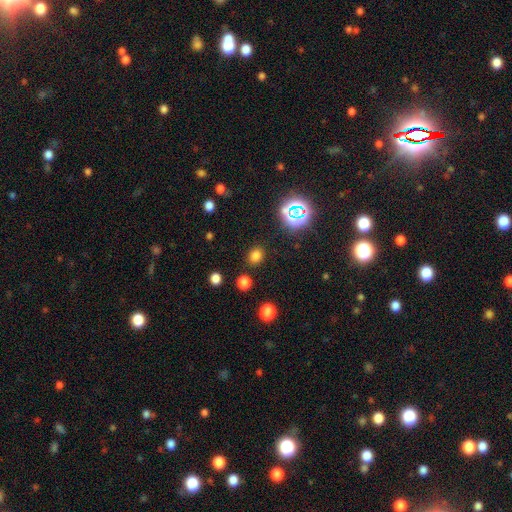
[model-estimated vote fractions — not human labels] Q: Smooth or featured?
A: smooth (74%); runner-up: star or artifact (21%)
Q: How rounded?
A: round (61%); runner-up: in between (38%)
Q: Merging?
A: none (86%); runner-up: minor disturbance (8%)